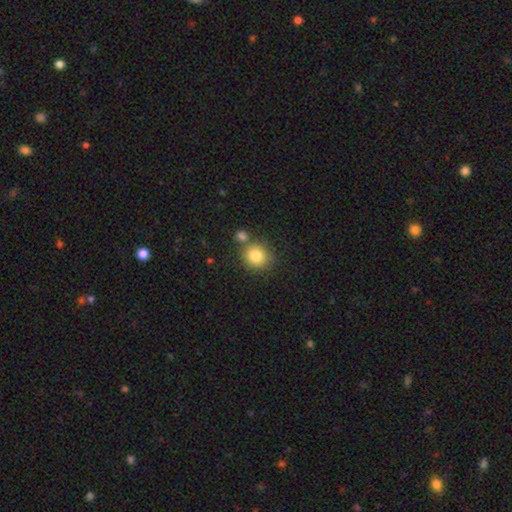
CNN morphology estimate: A smooth galaxy with no disk features (83%) that is round (84%). Merging: none (67%).